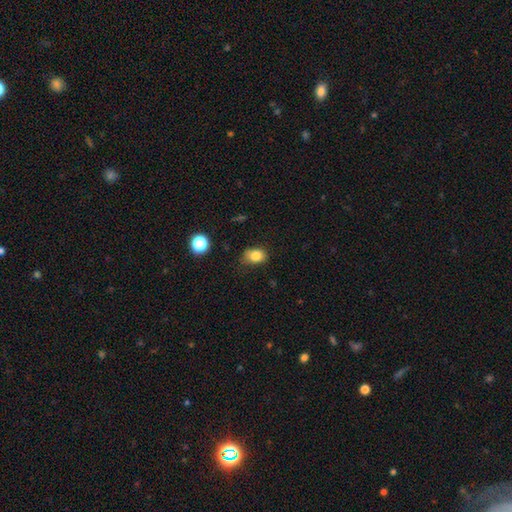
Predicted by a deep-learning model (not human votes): A smooth galaxy with no disk features (82%) that is in between round and cigar-shaped (64%).

Vote fractions:
- Smooth or featured? smooth: 82% / star or artifact: 11% / featured or disk: 7%
- How rounded? in between: 64% / round: 35% / cigar-shaped: 1%
- Merging? none: 62% / minor disturbance: 29% / major disturbance: 7% / merger: 2%